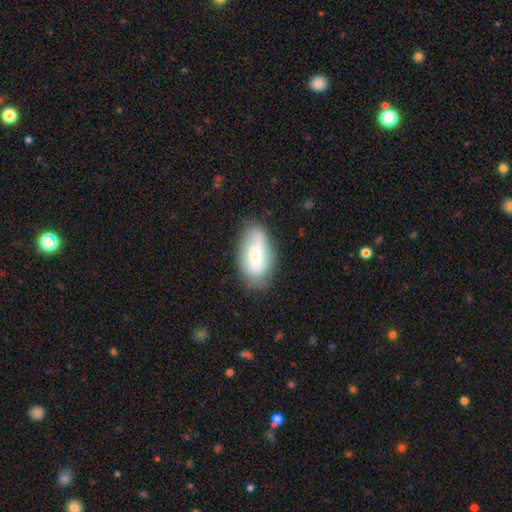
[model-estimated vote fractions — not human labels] Smooth or featured? Predicted: smooth (p=0.52). How rounded? Predicted: in between (p=0.90). Merging? Predicted: none (p=0.72).